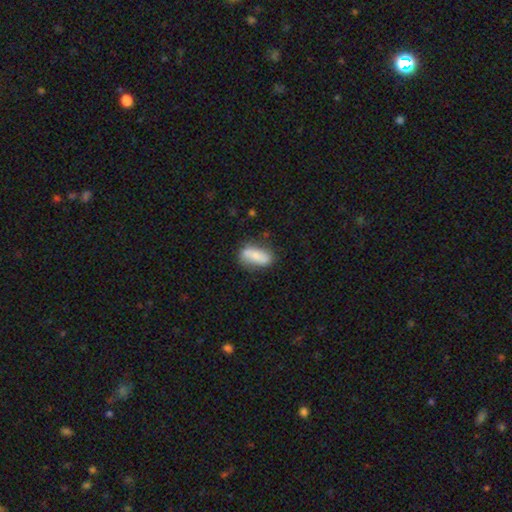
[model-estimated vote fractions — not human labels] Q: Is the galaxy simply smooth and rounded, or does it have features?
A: smooth — 67%.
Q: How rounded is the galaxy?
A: in between — 80%.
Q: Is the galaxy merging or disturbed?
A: none — 68%.